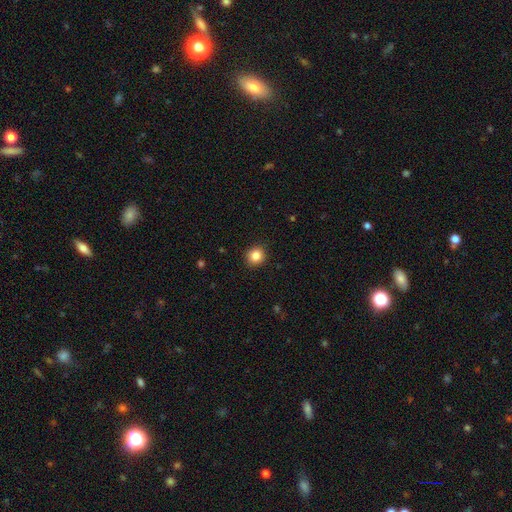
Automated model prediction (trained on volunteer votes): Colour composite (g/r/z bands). It shows a smooth galaxy with no disk features (85%) that is round (87%). Merging: none (90%).